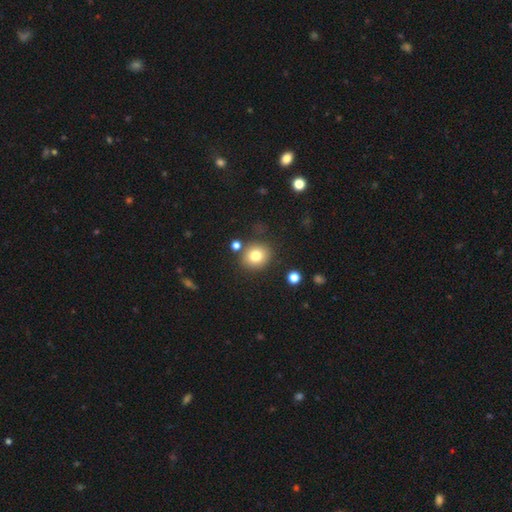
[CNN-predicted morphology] smooth 79%, star or artifact 11%, featured or disk 9%. Down the decision tree: how rounded — round (82%); merging — none (82%).